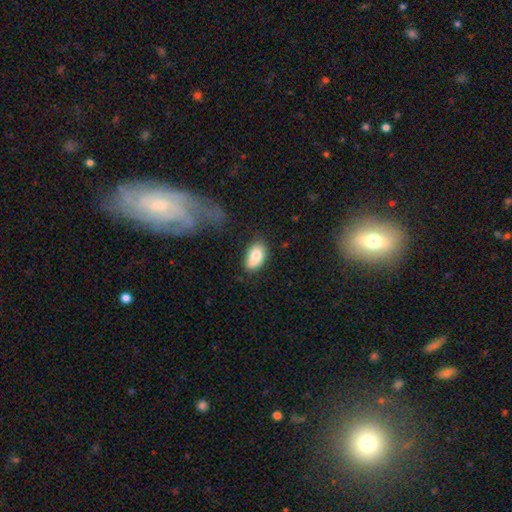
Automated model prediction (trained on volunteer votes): The model was most divided on "merging": none: 71%, minor disturbance: 21%, major disturbance: 5%, merger: 3%. More confident: how rounded — in between (92%); smooth or featured — smooth (82%).